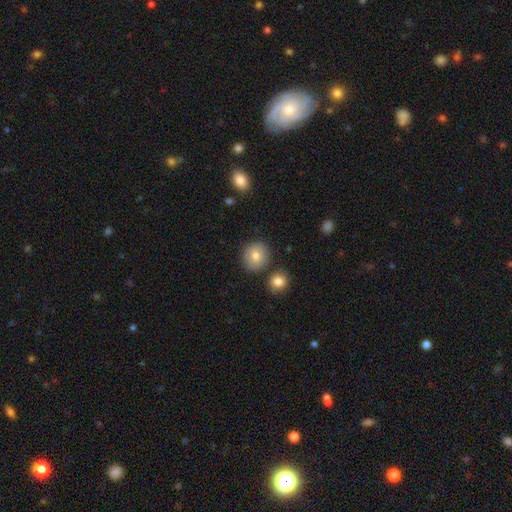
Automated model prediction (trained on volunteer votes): smooth-or-featured: smooth: 79% | featured or disk: 11% | star or artifact: 9%
  how-rounded: round: 82% | in between: 18% | cigar-shaped: 1%
  merging: none: 81% | minor disturbance: 9% | merger: 7% | major disturbance: 2%